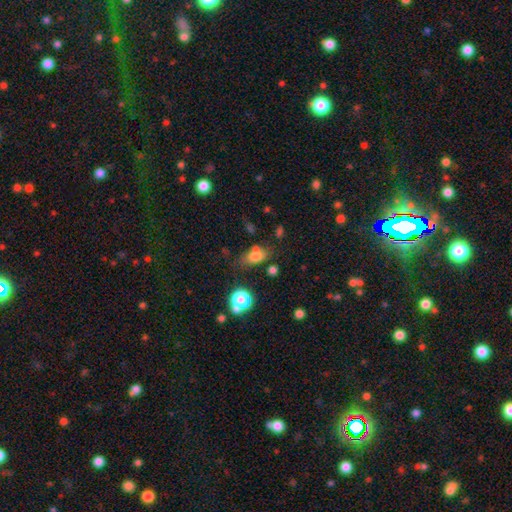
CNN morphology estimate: A smooth galaxy with no disk features (72%) that is in between round and cigar-shaped (76%).

Vote fractions:
- Smooth or featured? smooth: 72% / star or artifact: 15% / featured or disk: 13%
- How rounded? in between: 76% / round: 19% / cigar-shaped: 5%
- Merging? none: 53% / minor disturbance: 22% / merger: 16% / major disturbance: 10%